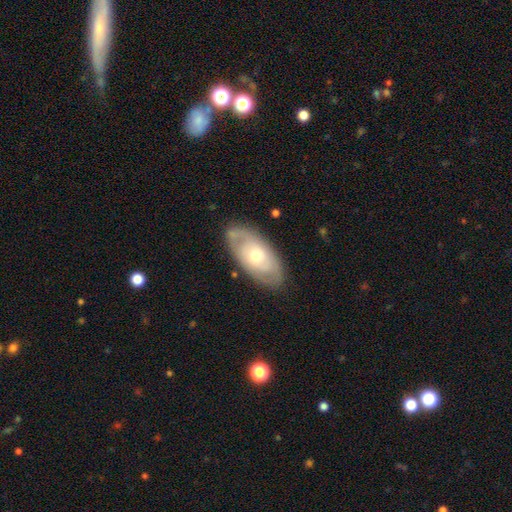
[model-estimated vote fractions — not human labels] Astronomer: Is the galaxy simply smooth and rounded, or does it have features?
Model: featured or disk — 59% (runner-up: smooth, 35%).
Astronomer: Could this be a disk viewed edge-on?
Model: no — 89%.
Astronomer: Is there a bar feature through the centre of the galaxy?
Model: no — 79%.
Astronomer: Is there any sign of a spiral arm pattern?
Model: yes — 61% (runner-up: no, 39%).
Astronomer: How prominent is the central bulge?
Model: moderate — 60%.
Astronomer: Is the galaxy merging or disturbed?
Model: none — 78%.